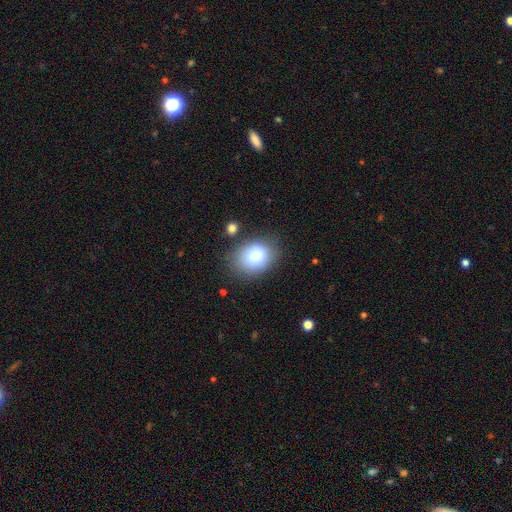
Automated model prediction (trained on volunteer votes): A smooth galaxy with no disk features (82%) that is in between round and cigar-shaped (64%). Merging: none (75%).